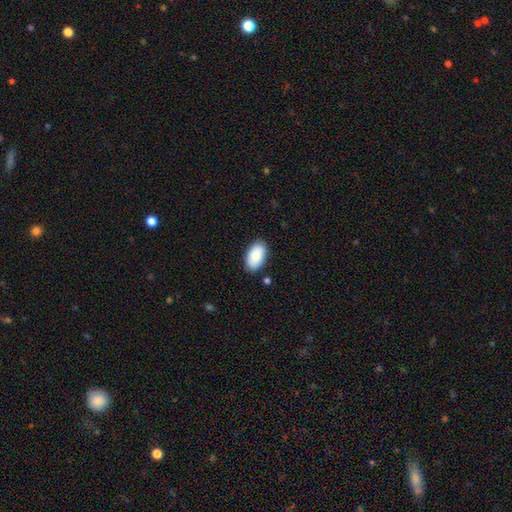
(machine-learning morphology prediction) smooth 87%, featured or disk 7%, star or artifact 6%. Down the decision tree: how rounded — in between (95%); merging — none (85%).